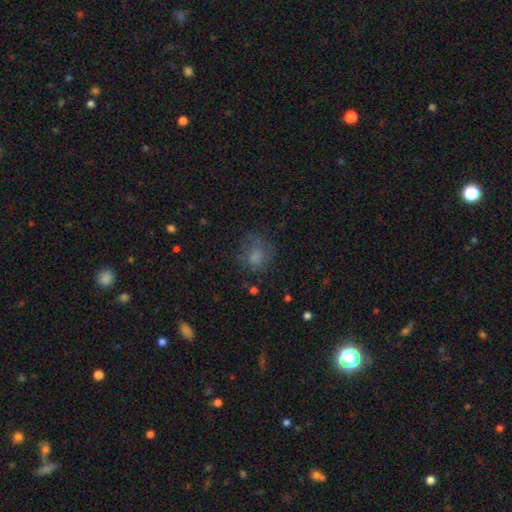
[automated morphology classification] This is likely a smooth galaxy (69%). How rounded: likely round (66%). Merging: possibly none (58%).